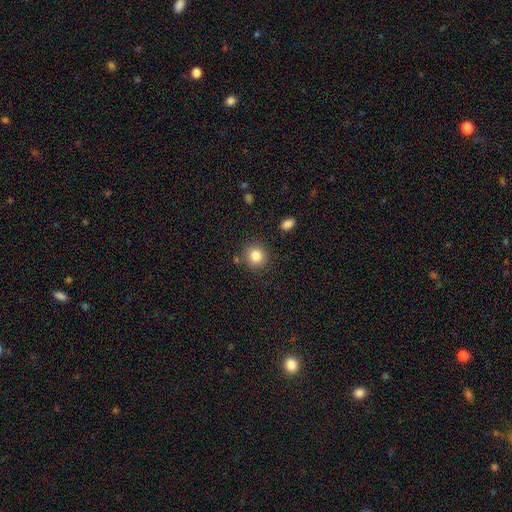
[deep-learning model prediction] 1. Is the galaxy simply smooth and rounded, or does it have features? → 84% smooth, 10% star or artifact, 6% featured or disk.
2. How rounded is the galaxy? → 91% round, 8% in between, 1% cigar-shaped.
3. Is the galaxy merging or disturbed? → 85% none, 8% minor disturbance, 4% merger, 3% major disturbance.